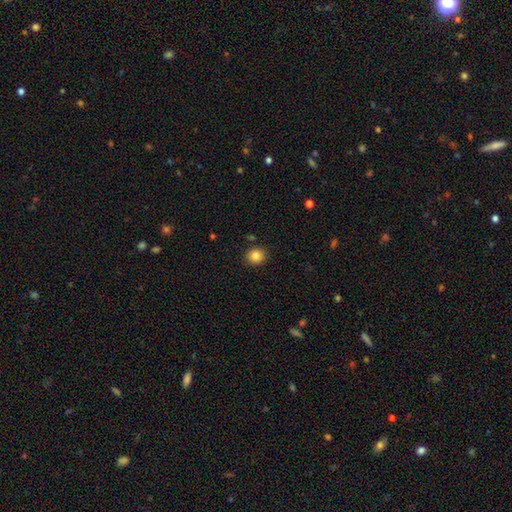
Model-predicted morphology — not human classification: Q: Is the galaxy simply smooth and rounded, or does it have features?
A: smooth — 85%.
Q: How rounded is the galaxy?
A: round — 80%.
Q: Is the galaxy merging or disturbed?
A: none — 89%.